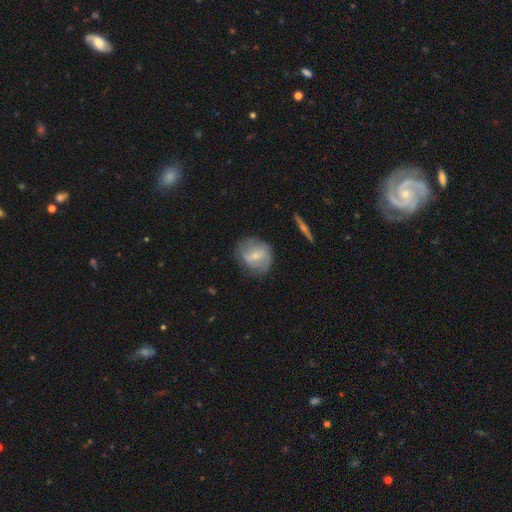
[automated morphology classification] Smooth or featured?
  - featured or disk: 53% *
  - smooth: 39%
  - star or artifact: 7%
Edge-on disk?
  - no: 93% *
  - yes: 7%
Merging?
  - none: 67% *
  - minor disturbance: 22%
  - major disturbance: 9%
  - merger: 2%